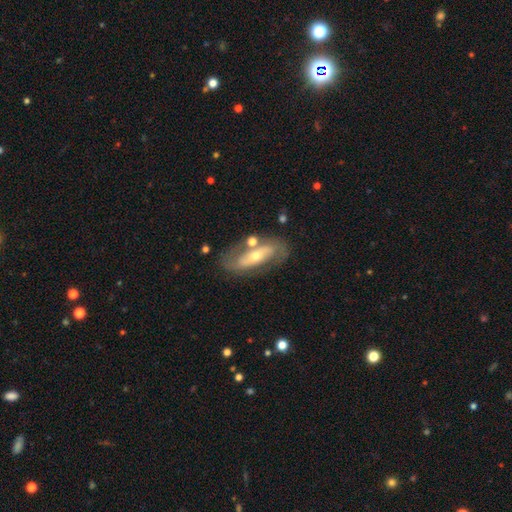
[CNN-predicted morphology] A featured or disk galaxy (72%) with no bar (46%), spiral arms (68%) and a moderate central bulge (51%).

Vote fractions:
- Smooth or featured? featured or disk: 72% / smooth: 22% / star or artifact: 6%
- Edge-on disk? no: 84% / yes: 16%
- Bar? no: 46% / strong: 32% / weak: 22%
- Spiral arms? yes: 68% / no: 32%
- Bulge size? moderate: 51% / small: 44% / large: 3% / dominant: 1% / none: 1%
- Merging? none: 70% / minor disturbance: 15% / major disturbance: 8% / merger: 7%